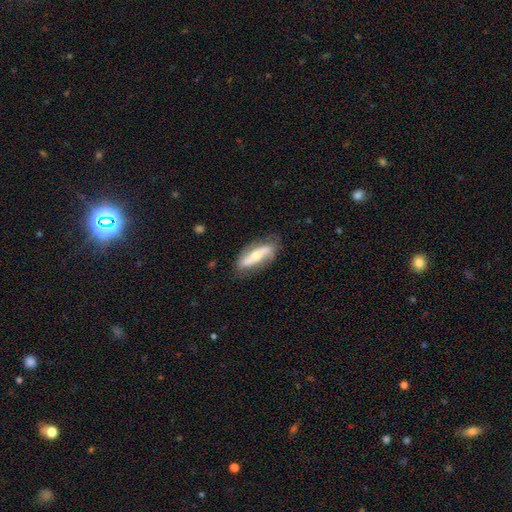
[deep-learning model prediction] smooth_or_featured: featured or disk (p=0.63) [alt: smooth p=0.32]
disk_edge_on: no (p=0.70) [alt: yes p=0.30]
merging: none (p=0.77) [alt: minor disturbance p=0.17]